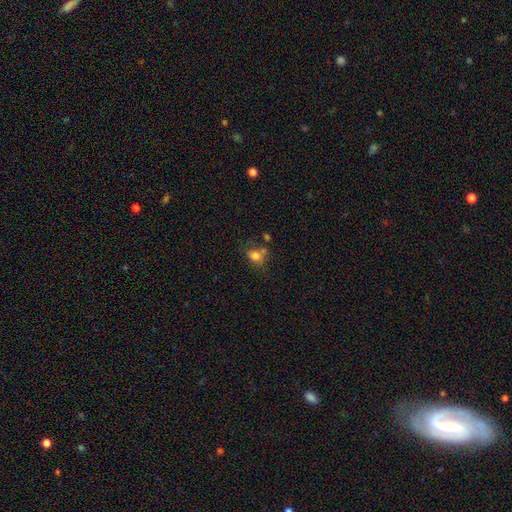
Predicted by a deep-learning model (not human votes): smooth-or-featured: smooth: 77% | featured or disk: 12% | star or artifact: 11%
  how-rounded: in between: 56% | round: 43% | cigar-shaped: 1%
  merging: none: 48% | merger: 22% | minor disturbance: 20% | major disturbance: 10%